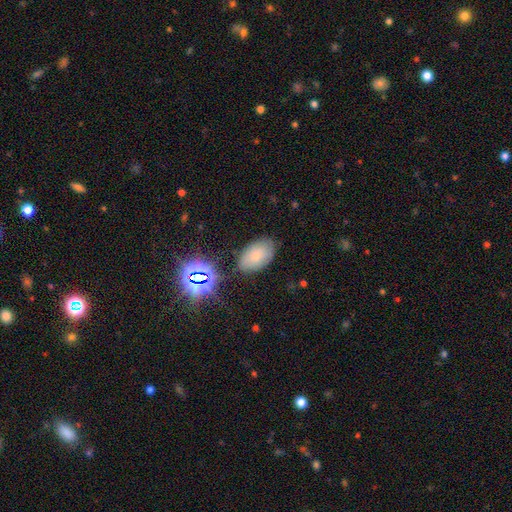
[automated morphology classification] Q: Smooth or featured?
A: smooth (71%); runner-up: star or artifact (16%)
Q: How rounded?
A: in between (92%); runner-up: round (6%)
Q: Merging?
A: none (80%); runner-up: minor disturbance (14%)